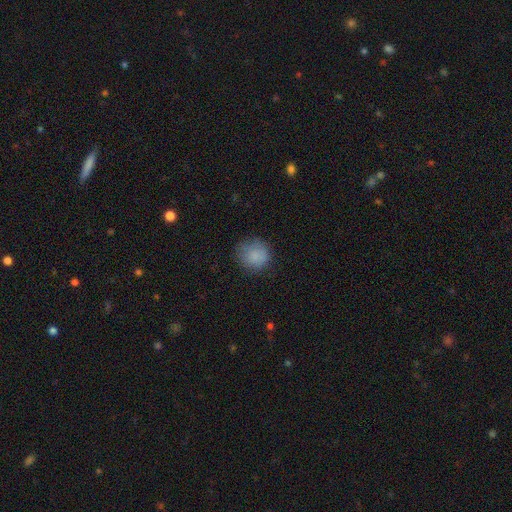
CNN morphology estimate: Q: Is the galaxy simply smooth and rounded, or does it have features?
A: smooth — 83%.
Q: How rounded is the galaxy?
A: round — 90%.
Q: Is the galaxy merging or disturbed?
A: none — 75%.